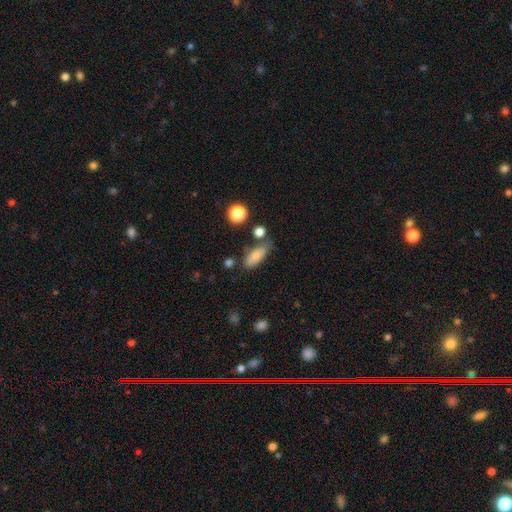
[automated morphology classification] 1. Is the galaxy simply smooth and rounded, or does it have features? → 79% smooth, 13% featured or disk, 9% star or artifact.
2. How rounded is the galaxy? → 76% in between, 20% cigar-shaped, 4% round.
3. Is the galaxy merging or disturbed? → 60% none, 24% minor disturbance, 9% merger, 7% major disturbance.